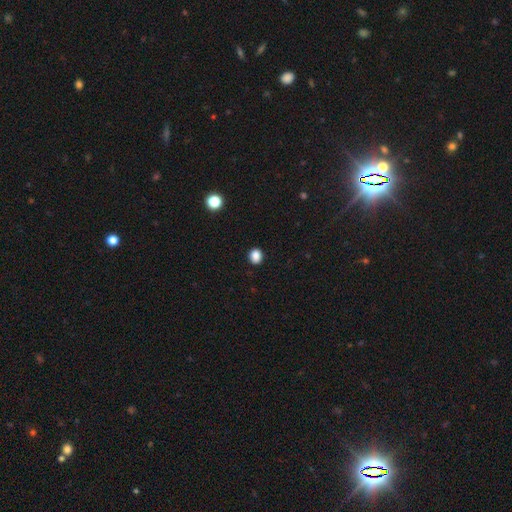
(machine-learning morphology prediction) A smooth galaxy with no disk features (87%) that is round (72%).

Vote fractions:
- Smooth or featured? smooth: 87% / star or artifact: 11% / featured or disk: 3%
- How rounded? round: 72% / in between: 27% / cigar-shaped: 1%
- Merging? none: 90% / minor disturbance: 7% / major disturbance: 2% / merger: 1%